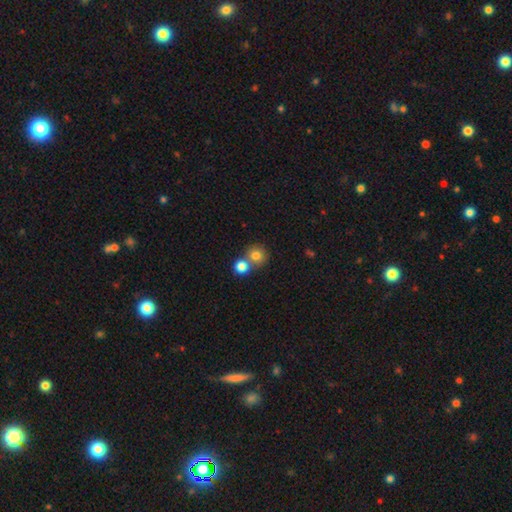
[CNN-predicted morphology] The model was most divided on "merging": none: 50%, merger: 41%, minor disturbance: 6%, major disturbance: 2%. More confident: how rounded — round (88%); smooth or featured — smooth (79%).